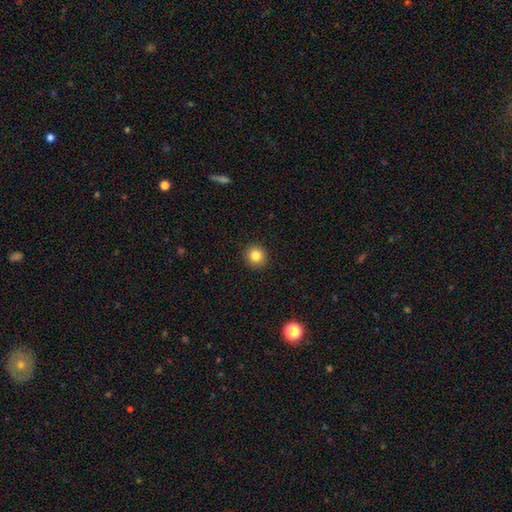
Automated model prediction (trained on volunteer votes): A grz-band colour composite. It shows a smooth galaxy with no disk features (83%) that is round (93%). Merging: none (92%).